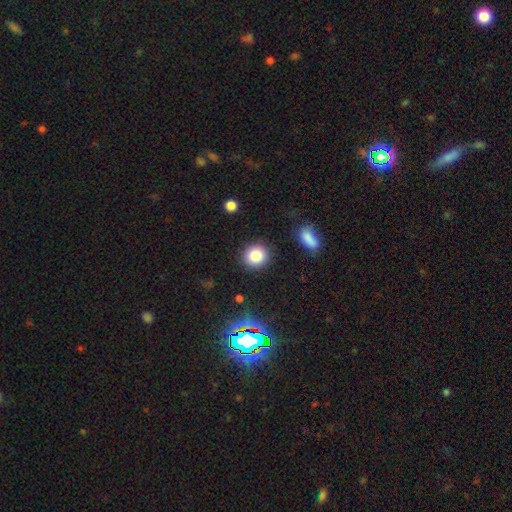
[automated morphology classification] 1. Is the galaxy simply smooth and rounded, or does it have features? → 84% smooth, 11% star or artifact, 6% featured or disk.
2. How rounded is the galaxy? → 86% round, 13% in between, 1% cigar-shaped.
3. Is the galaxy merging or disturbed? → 88% none, 7% minor disturbance, 2% major disturbance, 2% merger.